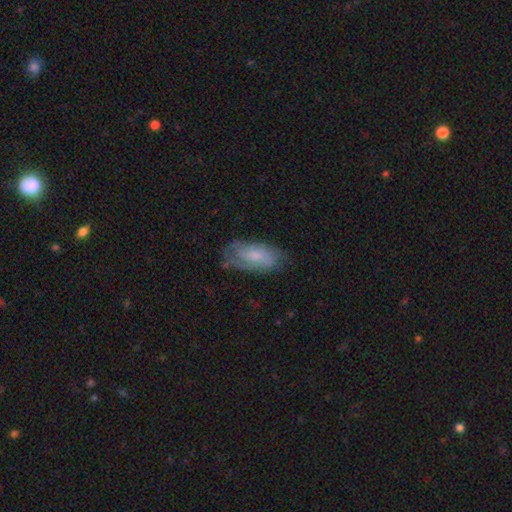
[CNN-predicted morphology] Smooth or featured: featured or disk — 48% (smooth — 45%)
Merging: none — 61% (minor disturbance — 27%)